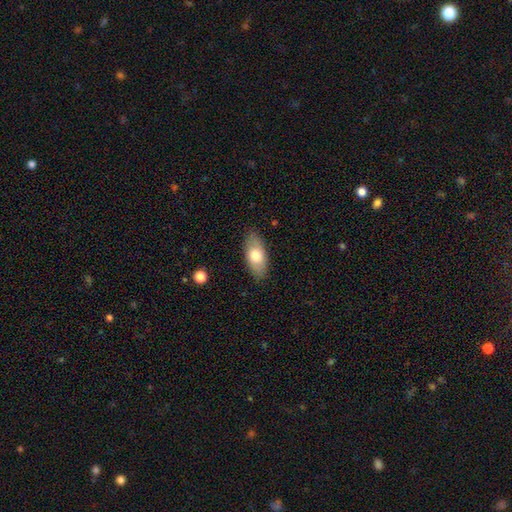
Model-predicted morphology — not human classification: smooth 72%, featured or disk 22%, star or artifact 6%. Down the decision tree: how rounded — in between (88%); merging — none (86%).